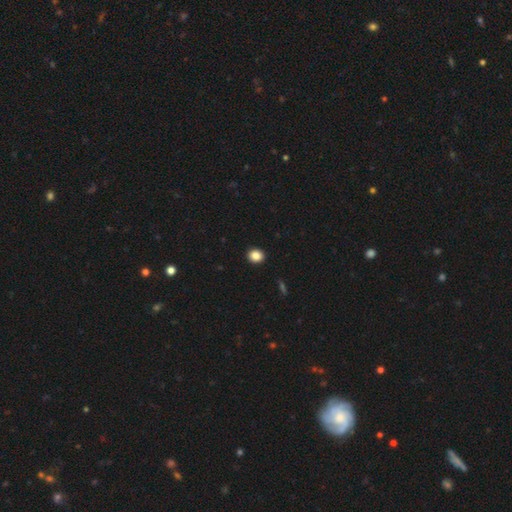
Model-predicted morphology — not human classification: Smooth or featured?
  - smooth: 87% *
  - star or artifact: 10%
  - featured or disk: 4%
How rounded?
  - round: 69% *
  - in between: 30%
  - cigar-shaped: 1%
Merging?
  - none: 93% *
  - minor disturbance: 5%
  - major disturbance: 2%
  - merger: 1%